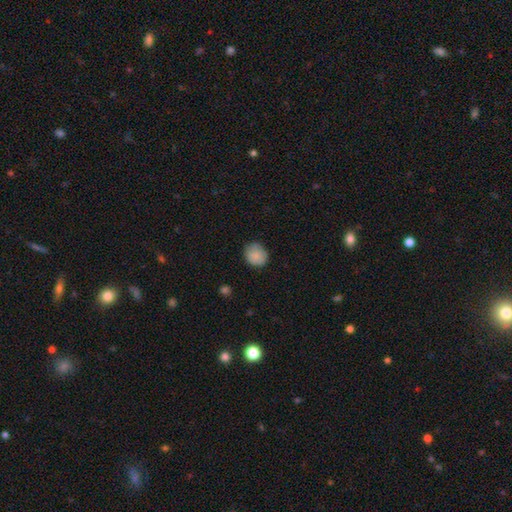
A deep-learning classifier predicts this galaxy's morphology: A smooth galaxy with no disk features (84%) that is round (73%).

Vote fractions:
- Smooth or featured? smooth: 84% / featured or disk: 9% / star or artifact: 8%
- How rounded? round: 73% / in between: 26% / cigar-shaped: 1%
- Merging? none: 75% / minor disturbance: 20% / major disturbance: 3% / merger: 1%